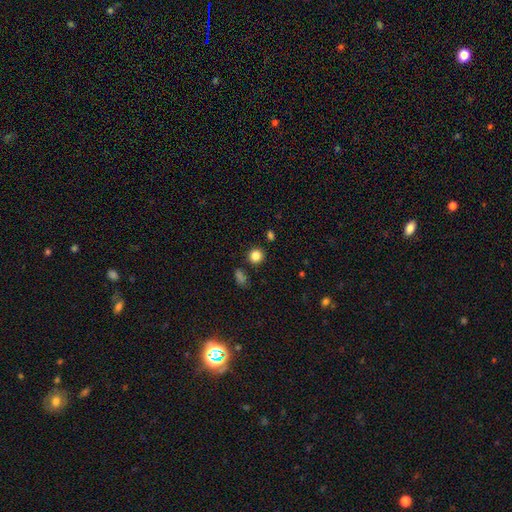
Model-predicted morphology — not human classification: This appears to be a smooth galaxy with no disk features (84%) that is round (88%). Merging: none (87%).